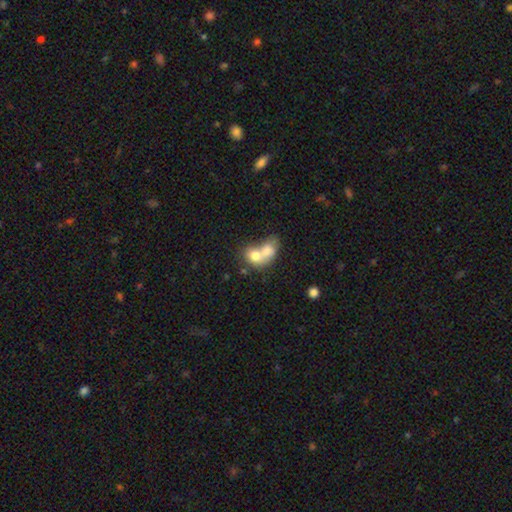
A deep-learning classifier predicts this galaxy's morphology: smooth 70%, featured or disk 22%, star or artifact 8%. Down the decision tree: how rounded — in between (52%); merging — merger (78%).